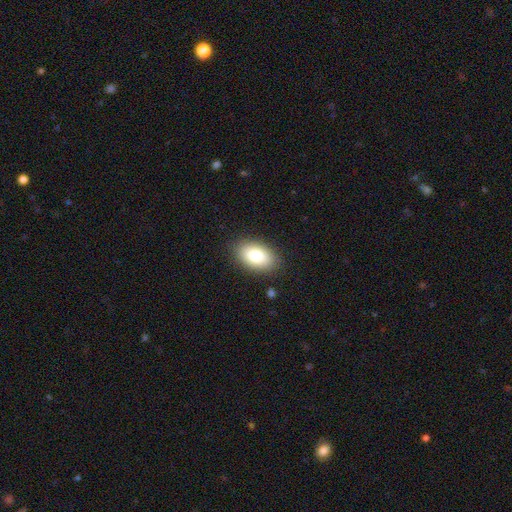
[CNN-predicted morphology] Smooth or featured? Predicted: smooth (p=0.81). How rounded? Predicted: in between (p=0.90). Merging? Predicted: none (p=0.87).